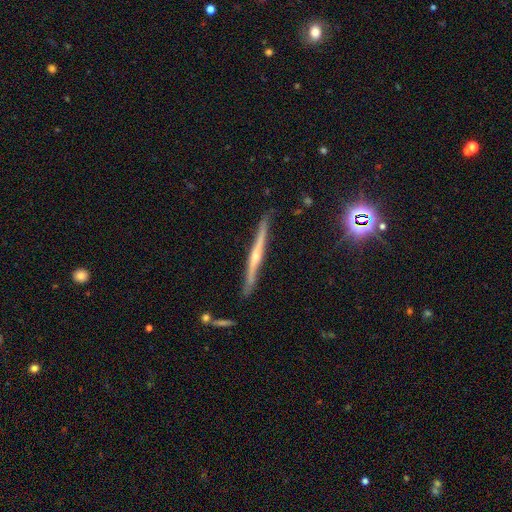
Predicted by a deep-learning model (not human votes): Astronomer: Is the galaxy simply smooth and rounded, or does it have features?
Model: featured or disk — 77%.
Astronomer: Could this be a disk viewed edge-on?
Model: yes — 98%.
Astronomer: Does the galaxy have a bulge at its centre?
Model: rounded — 76%.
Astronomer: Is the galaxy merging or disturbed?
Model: none — 85%.